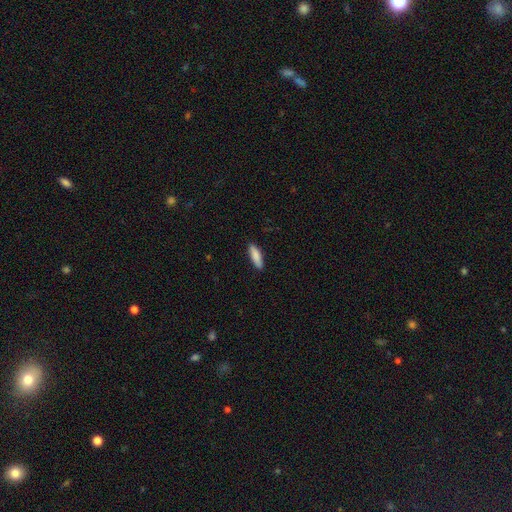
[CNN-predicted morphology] Smooth or featured?
  - smooth: 86% *
  - featured or disk: 8%
  - star or artifact: 6%
How rounded?
  - cigar-shaped: 57% *
  - in between: 41%
  - round: 2%
Merging?
  - none: 88% *
  - minor disturbance: 9%
  - major disturbance: 2%
  - merger: 1%